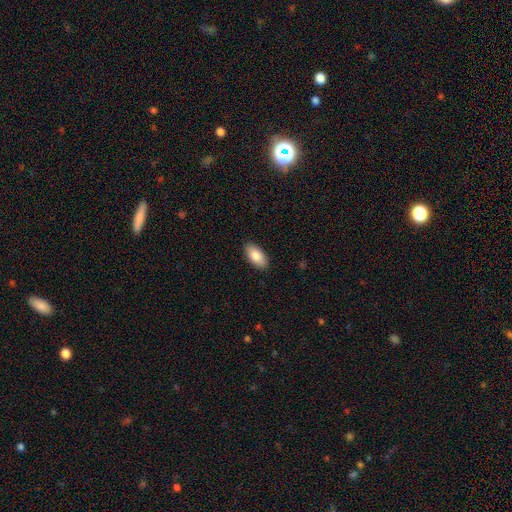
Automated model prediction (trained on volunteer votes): Smooth or featured: smooth — 85% (featured or disk — 9%)
How rounded: in between — 93% (cigar-shaped — 4%)
Merging: none — 90% (minor disturbance — 8%)